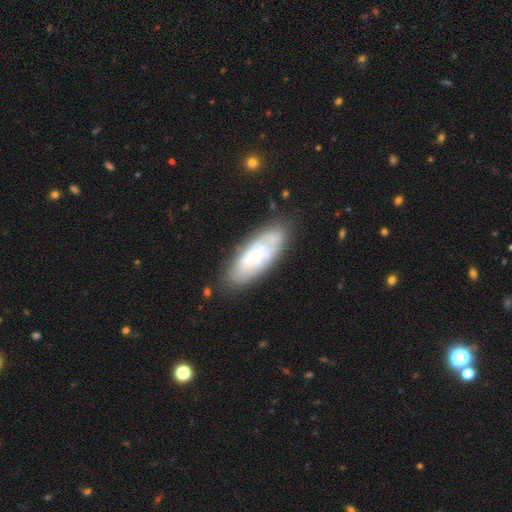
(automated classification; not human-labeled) smooth-or-featured: featured or disk: 51% | smooth: 42% | star or artifact: 7%
  disk-edge-on: no: 84% | yes: 16%
  merging: none: 76% | minor disturbance: 17% | major disturbance: 5% | merger: 3%